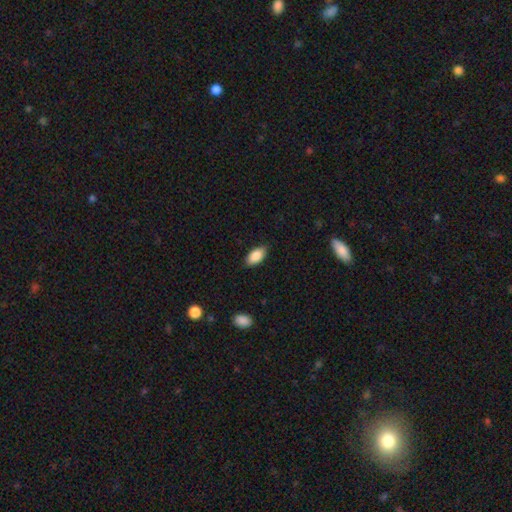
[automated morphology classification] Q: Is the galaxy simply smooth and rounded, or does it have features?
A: smooth — 87%.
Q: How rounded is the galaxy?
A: in between — 93%.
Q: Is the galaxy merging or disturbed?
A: none — 83%.